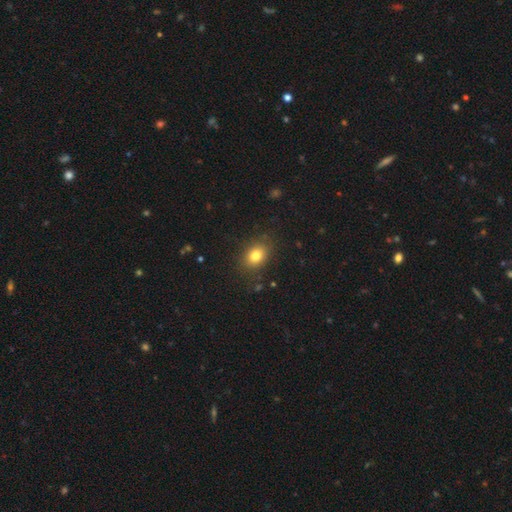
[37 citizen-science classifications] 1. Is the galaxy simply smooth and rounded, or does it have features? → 92% smooth, 5% featured or disk, 3% star or artifact.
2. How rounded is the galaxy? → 71% in between, 29% round, 0% cigar-shaped.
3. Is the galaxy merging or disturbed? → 86% none, 8% minor disturbance, 6% major disturbance, 0% merger.